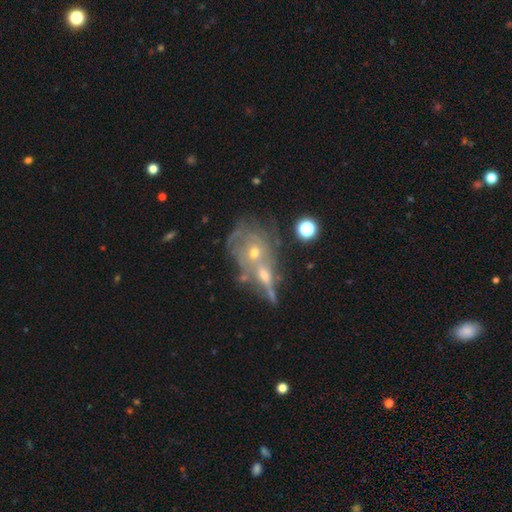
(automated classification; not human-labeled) smooth_or_featured: featured or disk (p=0.64) [alt: smooth p=0.20]
disk_edge_on: no (p=0.89) [alt: yes p=0.11]
bar: no (p=0.81) [alt: weak p=0.15]
has_spiral_arms: yes (p=0.51) [alt: no p=0.49]
bulge_size: small (p=0.49) [alt: moderate p=0.44]
merging: merger (p=0.50) [alt: none p=0.29]